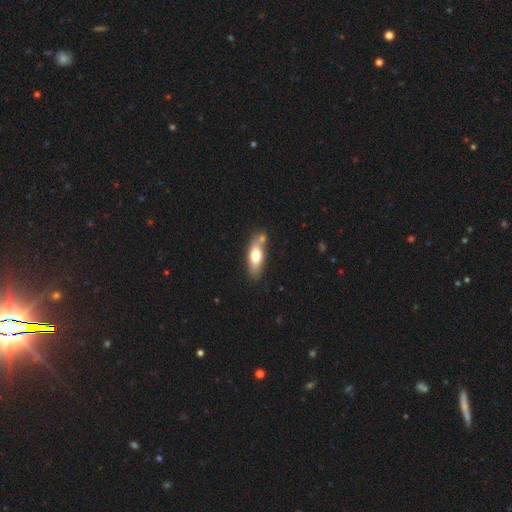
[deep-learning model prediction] smooth-or-featured: smooth: 65% | featured or disk: 29% | star or artifact: 6%
  how-rounded: in between: 60% | cigar-shaped: 37% | round: 3%
  merging: none: 66% | minor disturbance: 16% | merger: 14% | major disturbance: 4%